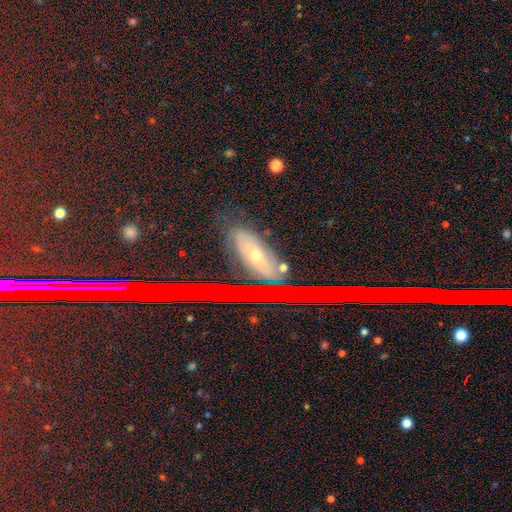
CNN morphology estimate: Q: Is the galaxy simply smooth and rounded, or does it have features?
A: smooth — 37%.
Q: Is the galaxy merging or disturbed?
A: none — 80%.